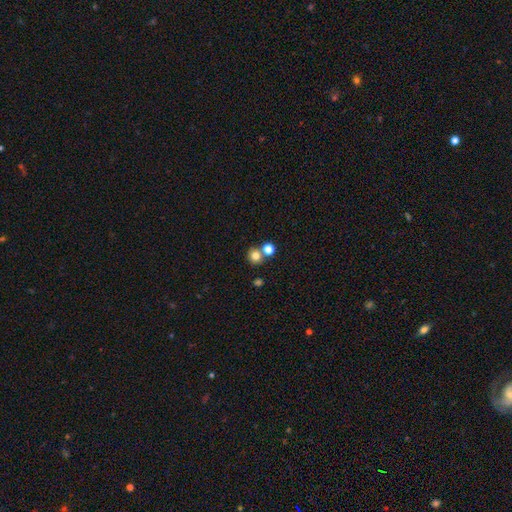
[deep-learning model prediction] This appears to be a smooth galaxy with no disk features (78%) that is round (88%). Merging: none (61%).